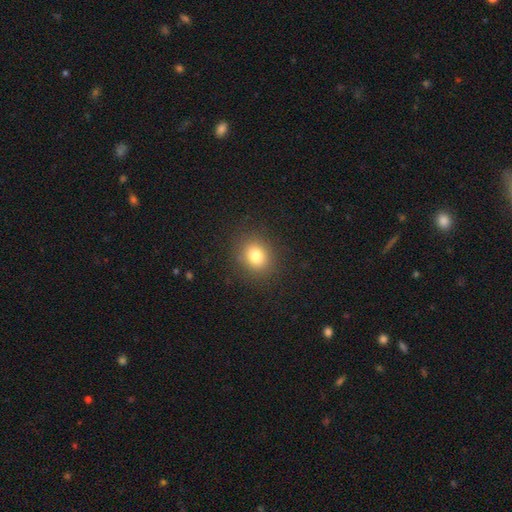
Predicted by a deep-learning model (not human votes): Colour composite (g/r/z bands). It shows a smooth galaxy with no disk features (79%) that is round (72%). Merging: none (88%).